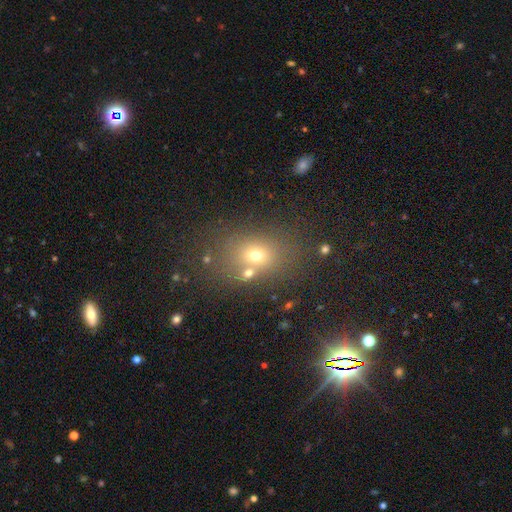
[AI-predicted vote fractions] Q: Smooth or featured?
A: smooth (63%); runner-up: star or artifact (21%)
Q: How rounded?
A: in between (54%); runner-up: round (45%)
Q: Merging?
A: none (67%); runner-up: merger (15%)